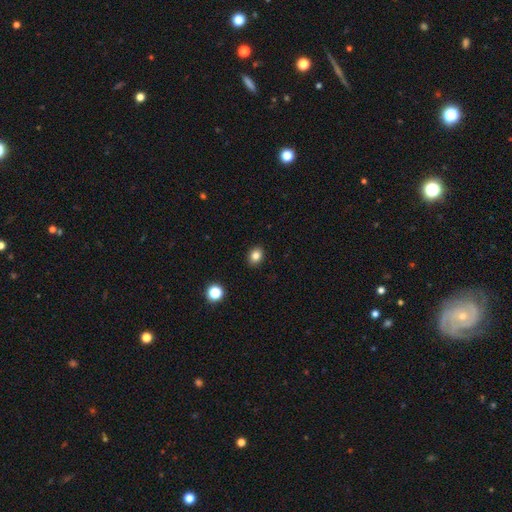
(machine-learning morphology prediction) Smooth or featured?
  - smooth: 83% *
  - star or artifact: 12%
  - featured or disk: 6%
How rounded?
  - in between: 50% * (tied)
  - round: 50% * (tied)
  - cigar-shaped: 1%
Merging?
  - none: 91% *
  - minor disturbance: 7%
  - major disturbance: 2%
  - merger: 1%